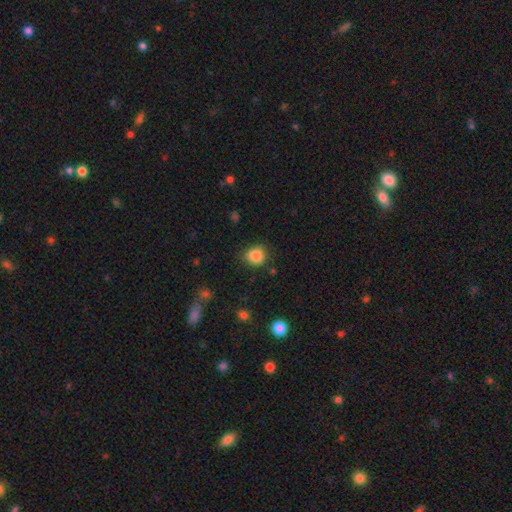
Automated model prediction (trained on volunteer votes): smooth_or_featured: smooth (p=0.86) [alt: star or artifact p=0.10]
how_rounded: round (p=0.75) [alt: in between p=0.24]
merging: none (p=0.76) [alt: minor disturbance p=0.18]